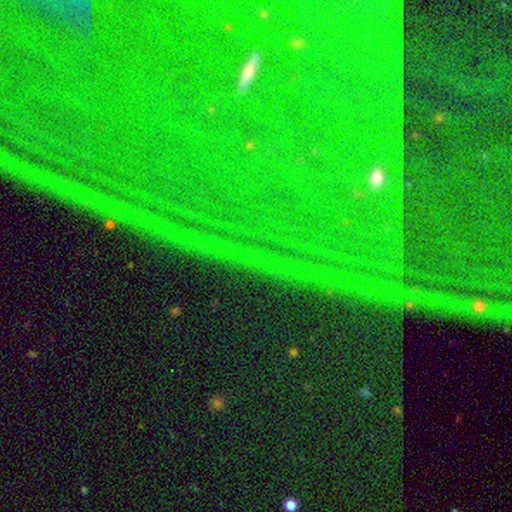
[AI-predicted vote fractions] star or artifact 86%, featured or disk 8%, smooth 6%.